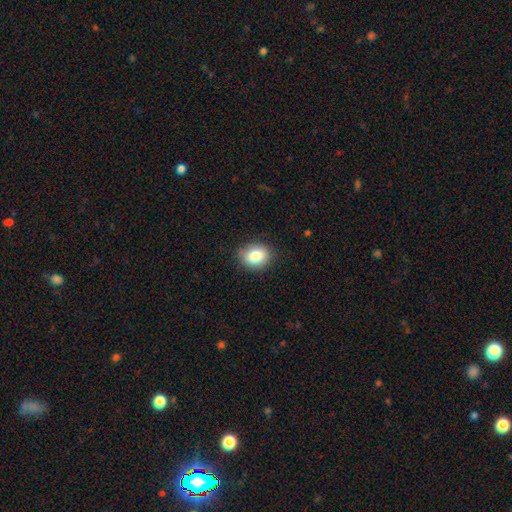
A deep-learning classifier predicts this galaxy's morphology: type=smooth (83%); roundness=round (54%); merging=none (85%).